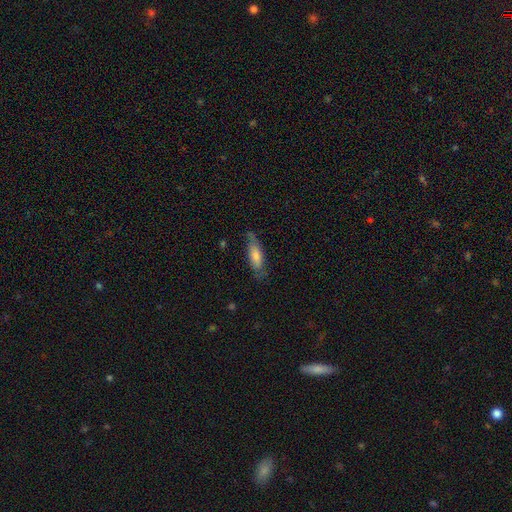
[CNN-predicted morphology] Smooth or featured: smooth — 59% (featured or disk — 34%)
How rounded: in between — 53% (cigar-shaped — 45%)
Merging: none — 65% (minor disturbance — 25%)